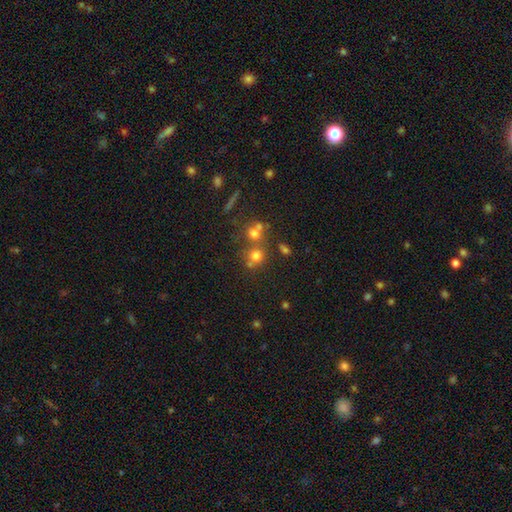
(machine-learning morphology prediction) Smooth or featured: smooth — 65% (star or artifact — 22%)
How rounded: round — 86% (in between — 13%)
Merging: none — 56% (merger — 31%)